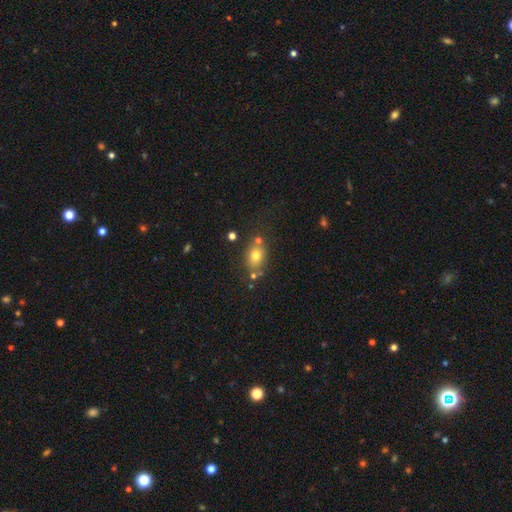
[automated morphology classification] The model was most divided on "how rounded": in between: 58%, round: 40%, cigar-shaped: 1%. More confident: smooth or featured — smooth (74%); merging — none (69%).